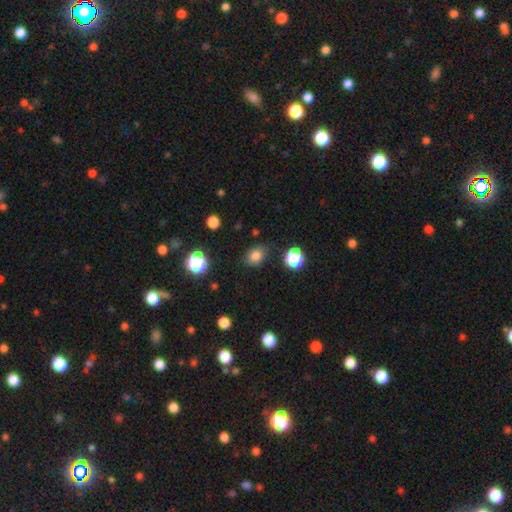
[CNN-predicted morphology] This is clearly a smooth galaxy (80%). How rounded: possibly in between (50%). Merging: likely none (79%).